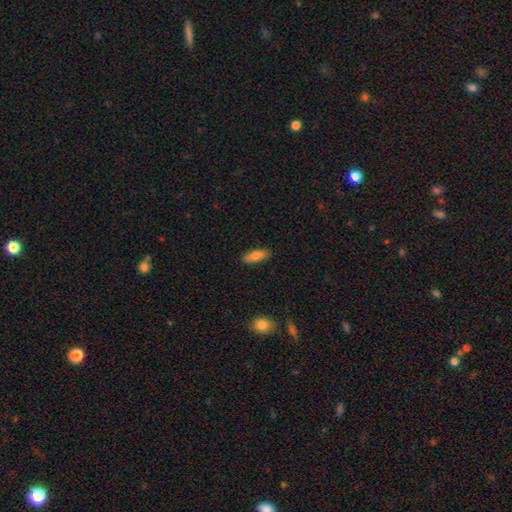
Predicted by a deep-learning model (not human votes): Smooth or featured? Predicted: smooth (p=0.81). How rounded? Predicted: in between (p=0.58). Merging? Predicted: none (p=0.89).